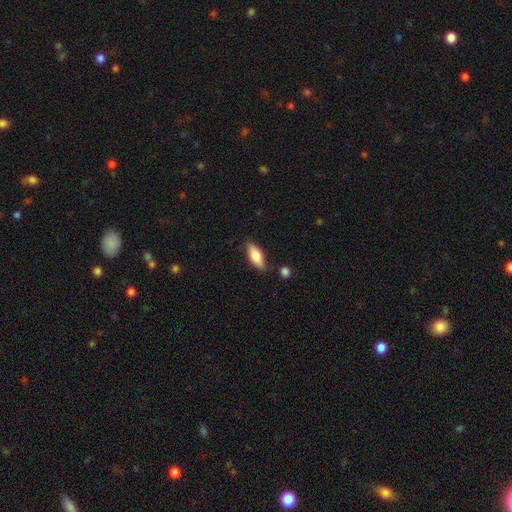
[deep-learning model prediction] Q: Smooth or featured?
A: smooth (79%); runner-up: featured or disk (15%)
Q: How rounded?
A: in between (77%); runner-up: cigar-shaped (20%)
Q: Merging?
A: none (75%); runner-up: minor disturbance (17%)